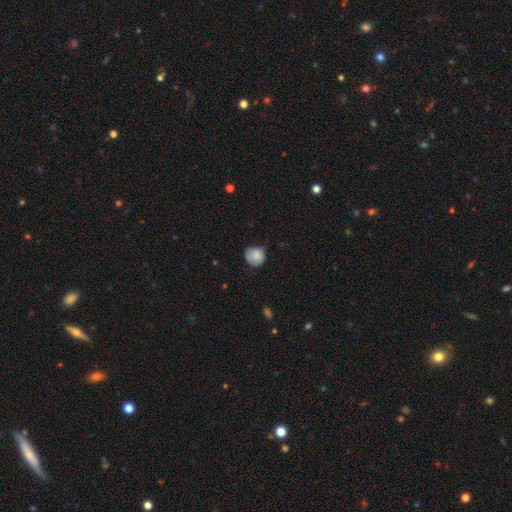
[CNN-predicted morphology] A smooth galaxy with no disk features (82%) that is round (84%).

Vote fractions:
- Smooth or featured? smooth: 82% / featured or disk: 11% / star or artifact: 7%
- How rounded? round: 84% / in between: 15% / cigar-shaped: 1%
- Merging? none: 63% / minor disturbance: 29% / major disturbance: 6% / merger: 1%